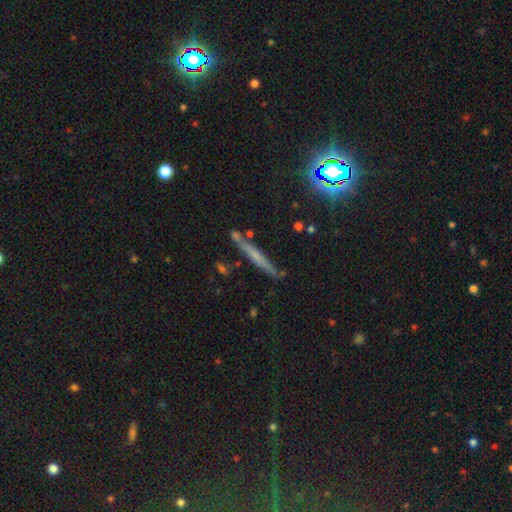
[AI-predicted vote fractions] smooth-or-featured: featured or disk: 48% | smooth: 39% | star or artifact: 13%
  merging: none: 81% | minor disturbance: 12% | merger: 5% | major disturbance: 3%